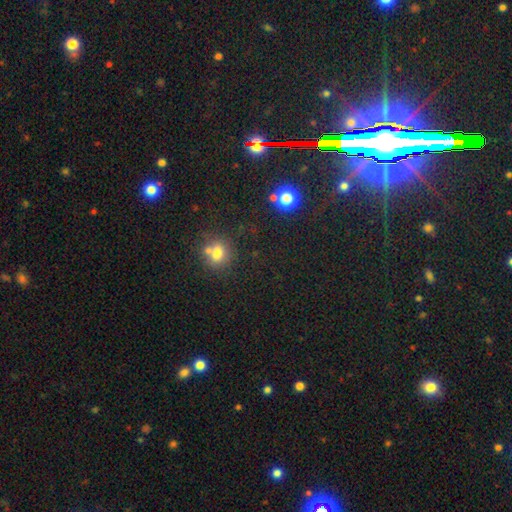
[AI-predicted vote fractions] This appears to be a star or artifact, not a galaxy (60%).